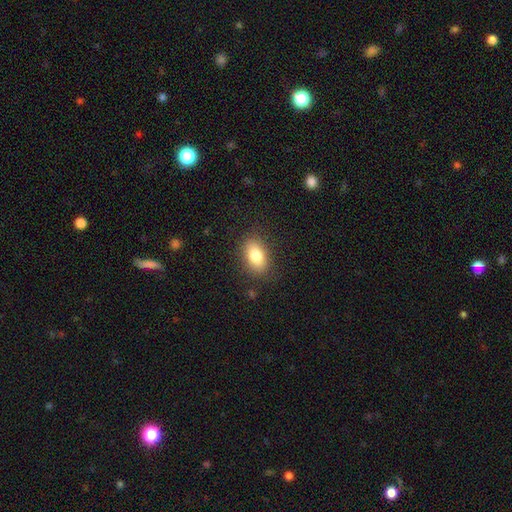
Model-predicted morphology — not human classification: A smooth galaxy with no disk features (81%) that is in between round and cigar-shaped (86%).

Vote fractions:
- Smooth or featured? smooth: 81% / featured or disk: 11% / star or artifact: 8%
- How rounded? in between: 86% / round: 11% / cigar-shaped: 2%
- Merging? none: 85% / minor disturbance: 11% / major disturbance: 3% / merger: 1%